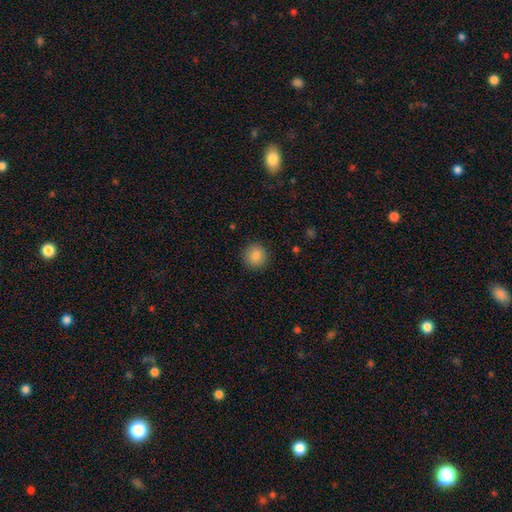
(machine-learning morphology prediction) A smooth galaxy with no disk features (86%) that is round (93%). Merging: none (91%).